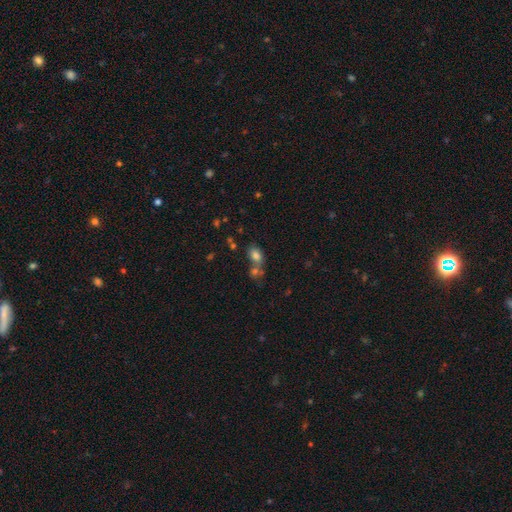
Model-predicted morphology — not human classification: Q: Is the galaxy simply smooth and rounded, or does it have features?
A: smooth — 77%.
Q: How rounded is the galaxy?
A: in between — 75%.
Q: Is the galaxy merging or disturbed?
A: merger — 43%.